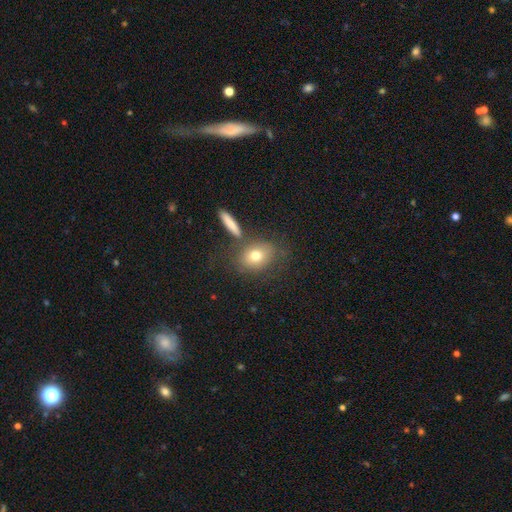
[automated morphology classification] Q: Smooth or featured?
A: smooth (75%); runner-up: featured or disk (16%)
Q: How rounded?
A: in between (53%); runner-up: round (44%)
Q: Merging?
A: none (66%); runner-up: merger (14%)